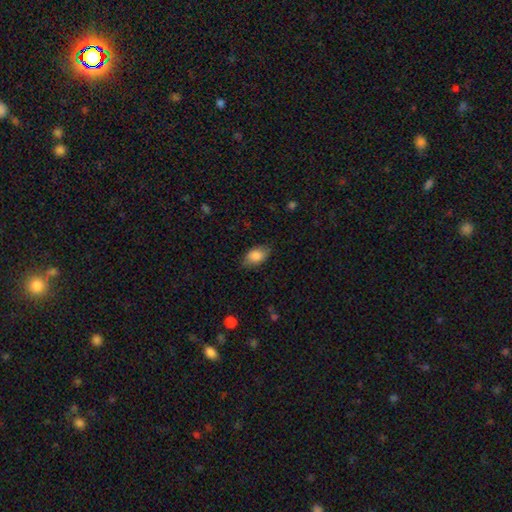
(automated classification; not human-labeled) smooth 84%, featured or disk 9%, star or artifact 7%. Down the decision tree: how rounded — in between (91%); merging — none (78%).